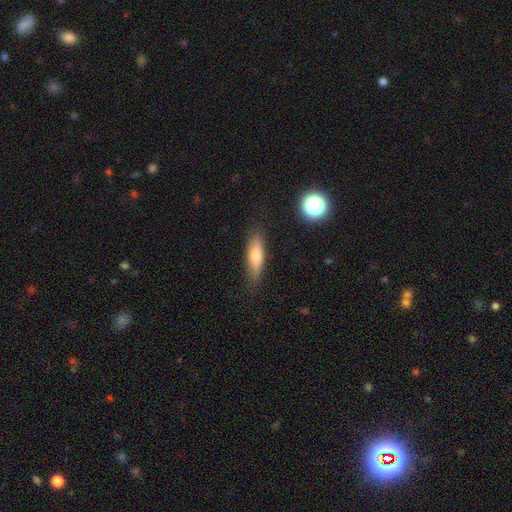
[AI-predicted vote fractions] Morphology: type=smooth (65%); roundness=cigar-shaped (62%); merging=none (83%).